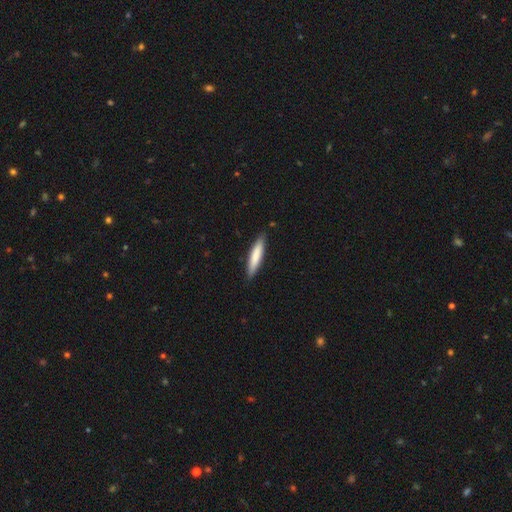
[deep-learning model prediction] smooth_or_featured: smooth (p=0.77) [alt: featured or disk p=0.18]
how_rounded: cigar-shaped (p=0.85) [alt: in between p=0.14]
merging: none (p=0.87) [alt: minor disturbance p=0.11]